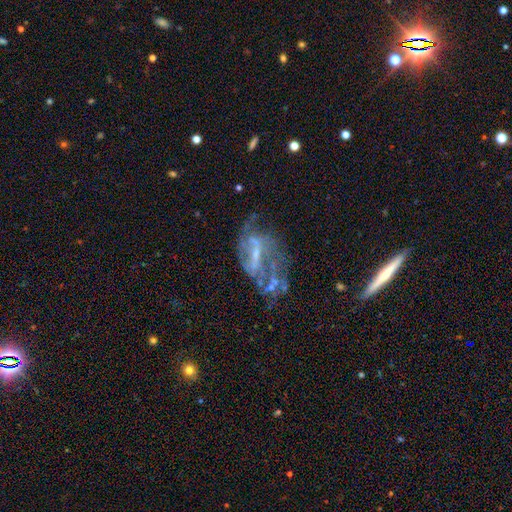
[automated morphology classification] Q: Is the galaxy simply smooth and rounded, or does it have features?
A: featured or disk — 70%.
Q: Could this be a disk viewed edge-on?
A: no — 92%.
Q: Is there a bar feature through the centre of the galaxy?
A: weak — 38%.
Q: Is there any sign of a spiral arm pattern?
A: yes — 51%.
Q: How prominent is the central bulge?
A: small — 43%.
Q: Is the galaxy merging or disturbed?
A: major disturbance — 35%, tied with none.